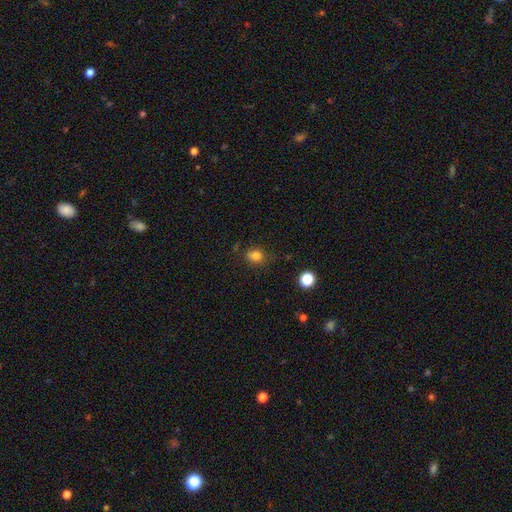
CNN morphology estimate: smooth-or-featured: smooth: 81% | star or artifact: 13% | featured or disk: 6%
  how-rounded: round: 59% | in between: 40% | cigar-shaped: 1%
  merging: none: 74% | minor disturbance: 18% | major disturbance: 5% | merger: 3%